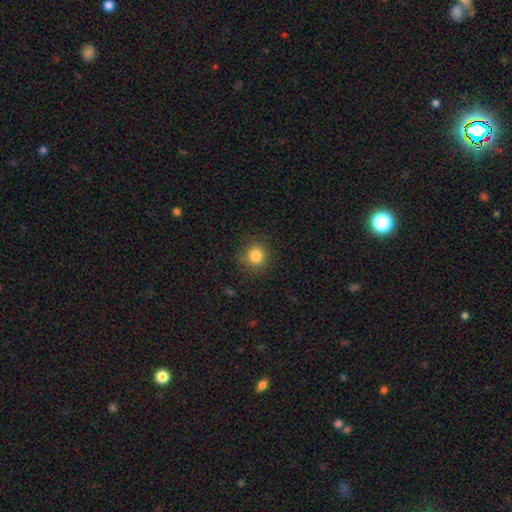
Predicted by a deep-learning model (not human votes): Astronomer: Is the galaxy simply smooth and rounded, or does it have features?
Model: smooth — 84%.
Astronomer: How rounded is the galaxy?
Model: round — 91%.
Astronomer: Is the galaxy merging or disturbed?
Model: none — 88%.